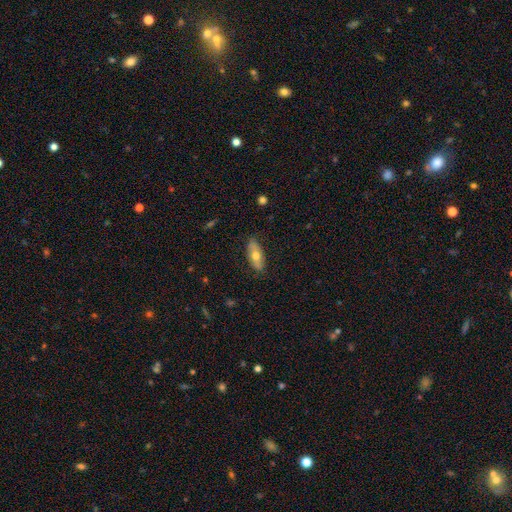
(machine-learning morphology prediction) Smooth or featured? smooth (60%)
How rounded? in between (76%)
Merging? none (84%)